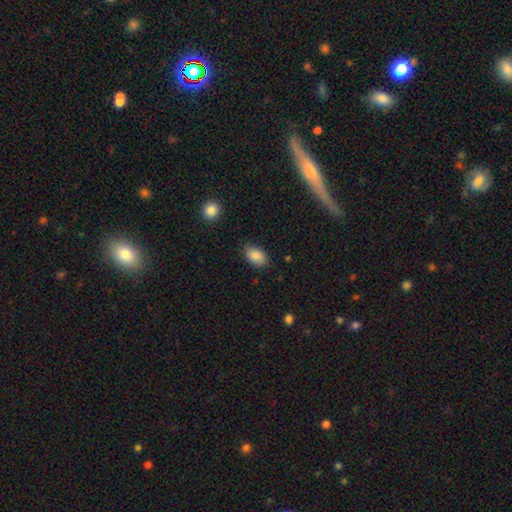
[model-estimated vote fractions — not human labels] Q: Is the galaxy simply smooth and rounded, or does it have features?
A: smooth — 88%.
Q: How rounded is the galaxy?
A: in between — 91%.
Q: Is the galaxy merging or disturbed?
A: none — 82%.